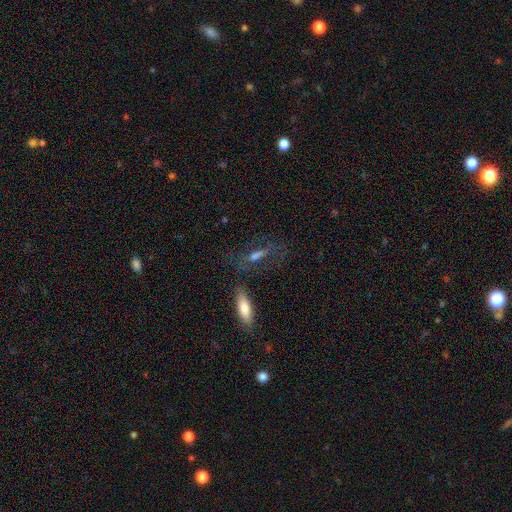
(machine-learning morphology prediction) smooth 51%, featured or disk 32%, star or artifact 17%. Down the decision tree: how rounded — cigar-shaped (62%); merging — none (64%).